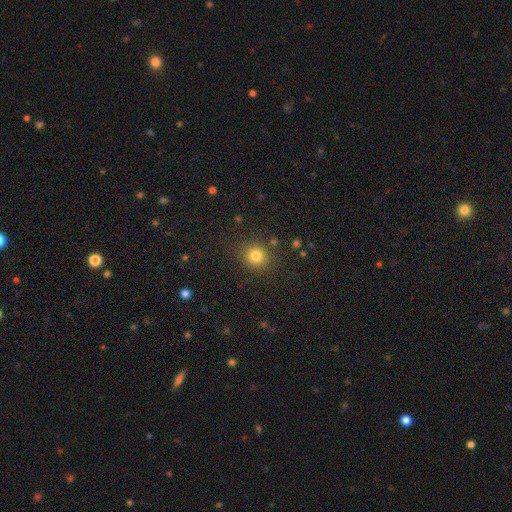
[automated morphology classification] Smooth or featured? smooth (80%)
How rounded? round (88%)
Merging? none (85%)